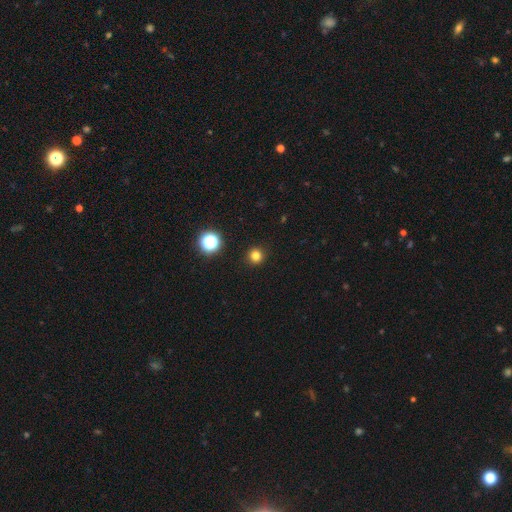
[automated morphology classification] smooth_or_featured: smooth (p=0.80) [alt: star or artifact p=0.16]
how_rounded: round (p=0.95) [alt: in between p=0.04]
merging: none (p=0.93) [alt: minor disturbance p=0.05]